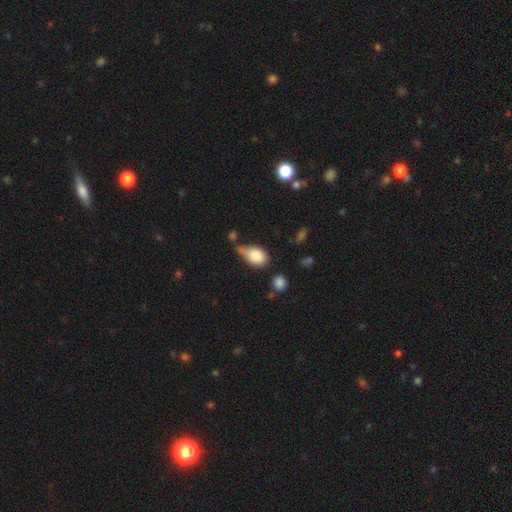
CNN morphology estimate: A smooth galaxy with no disk features (82%) that is in between round and cigar-shaped (79%).

Vote fractions:
- Smooth or featured? smooth: 82% / featured or disk: 9% / star or artifact: 8%
- How rounded? in between: 79% / round: 19% / cigar-shaped: 2%
- Merging? minor disturbance: 40% / none: 32% / major disturbance: 16% / merger: 12%